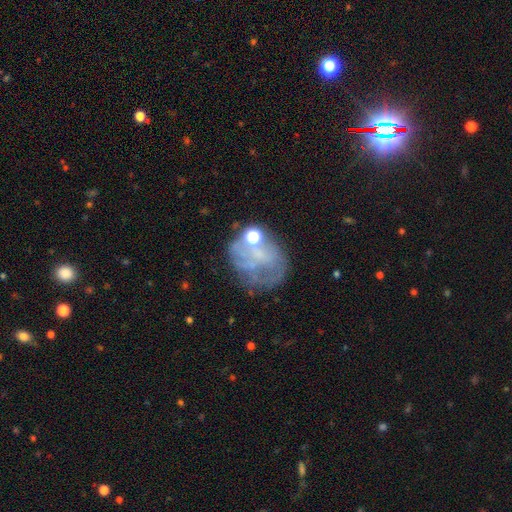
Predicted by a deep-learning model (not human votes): Smooth or featured?
  - featured or disk: 46% *
  - star or artifact: 32%
  - smooth: 23%
Merging?
  - none: 51% *
  - major disturbance: 23%
  - minor disturbance: 18%
  - merger: 8%